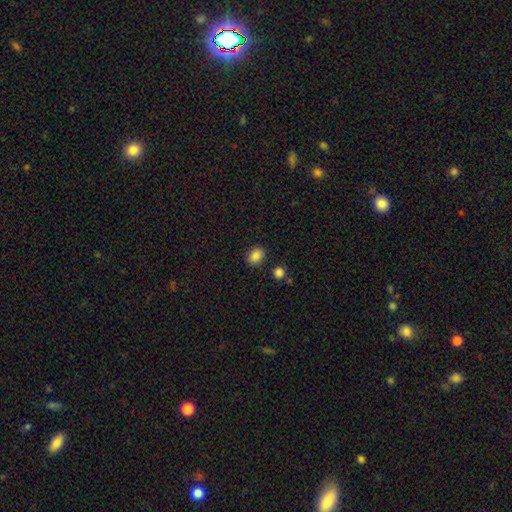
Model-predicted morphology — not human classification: Smooth or featured? smooth (86%)
How rounded? in between (59%)
Merging? none (85%)